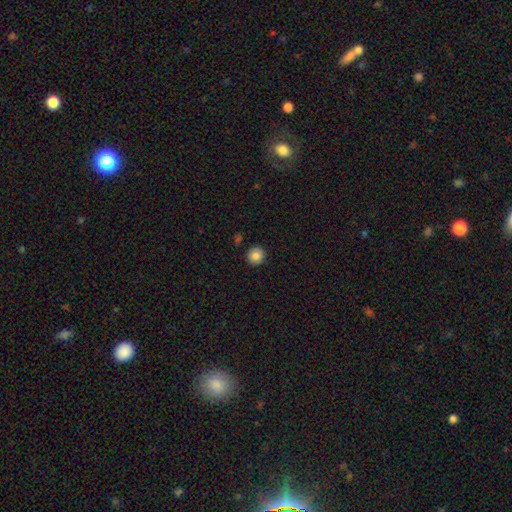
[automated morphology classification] Overall: smooth (84%). How rounded: round (94%). Merging: none (91%).